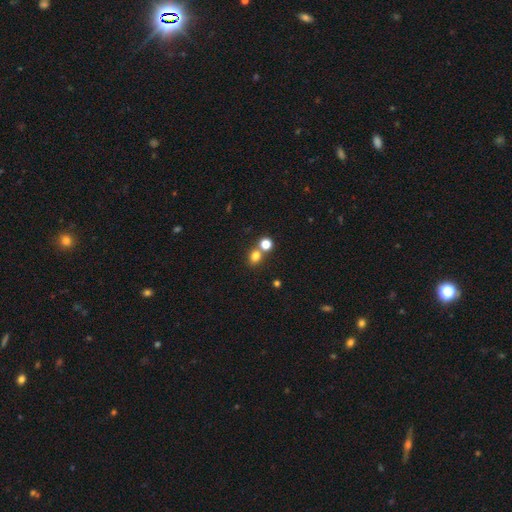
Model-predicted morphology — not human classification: Overall: smooth (77%). How rounded: round (64%; in between 35%). Merging: none (56%; merger 32%).